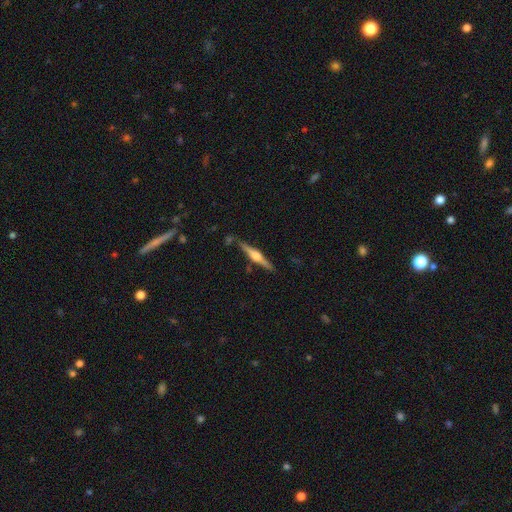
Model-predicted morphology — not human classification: Smooth or featured?
  - featured or disk: 77% *
  - smooth: 18%
  - star or artifact: 6%
Edge-on disk?
  - yes: 98% *
  - no: 2%
Edge-on bulge?
  - rounded: 88% *
  - boxy: 9%
  - none: 3%
Merging?
  - none: 84% *
  - minor disturbance: 10%
  - merger: 4%
  - major disturbance: 2%